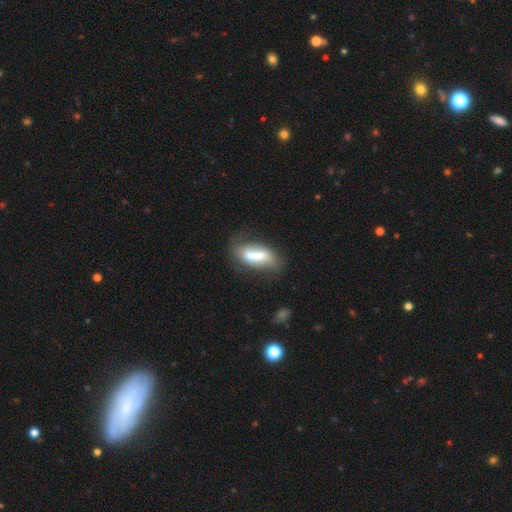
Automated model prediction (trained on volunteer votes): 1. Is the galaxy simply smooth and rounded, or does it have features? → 57% smooth, 36% featured or disk, 7% star or artifact.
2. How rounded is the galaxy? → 77% in between, 19% cigar-shaped, 4% round.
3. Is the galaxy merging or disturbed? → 38% none, 31% merger, 20% minor disturbance, 11% major disturbance.